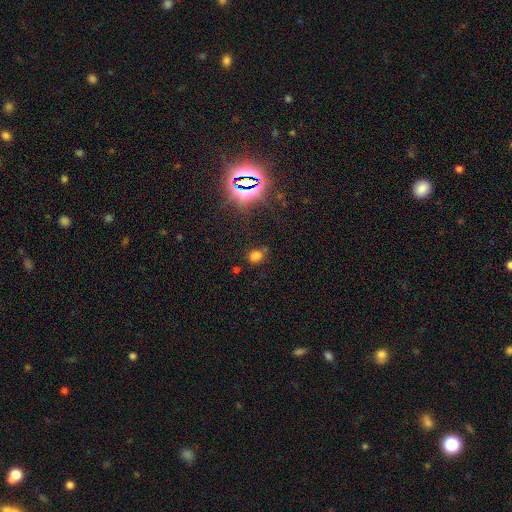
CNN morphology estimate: Smooth or featured: smooth — 66% (star or artifact — 27%)
How rounded: round — 54% (in between — 44%)
Merging: none — 69% (minor disturbance — 17%)